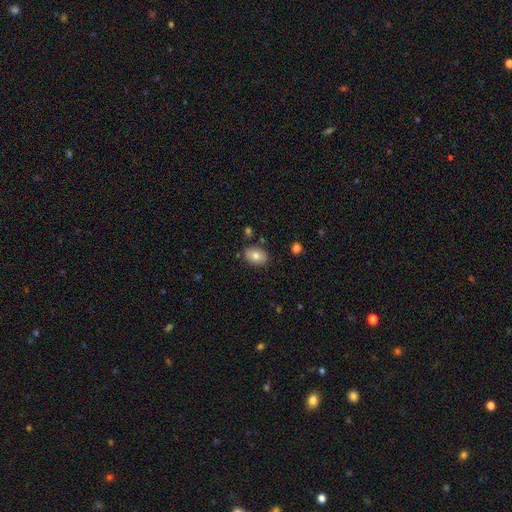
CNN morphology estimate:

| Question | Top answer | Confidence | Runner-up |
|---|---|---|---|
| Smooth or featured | smooth | 78% | featured or disk (14%) |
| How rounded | in between | 77% | round (22%) |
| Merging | none | 83% | minor disturbance (11%) |